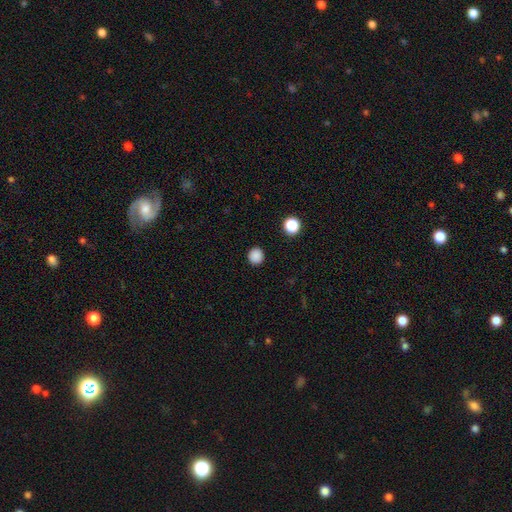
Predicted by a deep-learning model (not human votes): This is clearly a smooth galaxy (86%). How rounded: clearly round (93%). Merging: clearly none (92%).